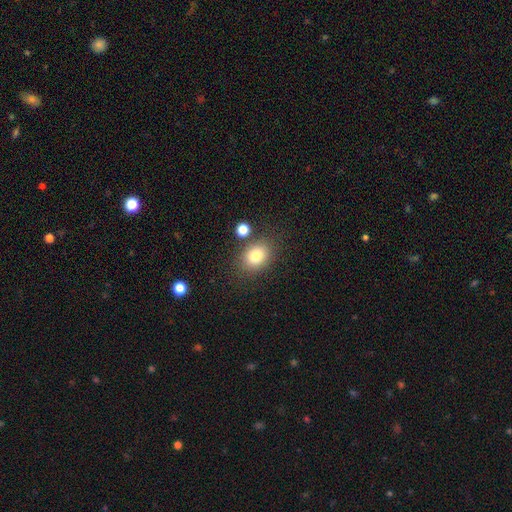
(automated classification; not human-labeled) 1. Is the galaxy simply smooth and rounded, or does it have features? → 79% smooth, 12% star or artifact, 10% featured or disk.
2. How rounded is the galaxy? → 50% in between, 49% round, 1% cigar-shaped.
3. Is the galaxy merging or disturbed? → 77% none, 11% minor disturbance, 8% merger, 4% major disturbance.